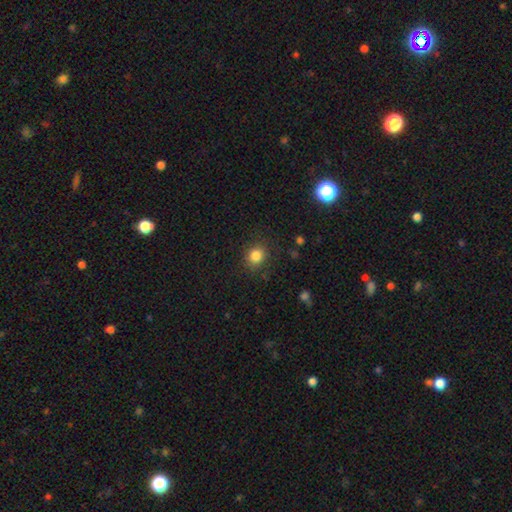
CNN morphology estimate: smooth 84%, star or artifact 12%, featured or disk 5%. Down the decision tree: how rounded — round (77%); merging — none (85%).